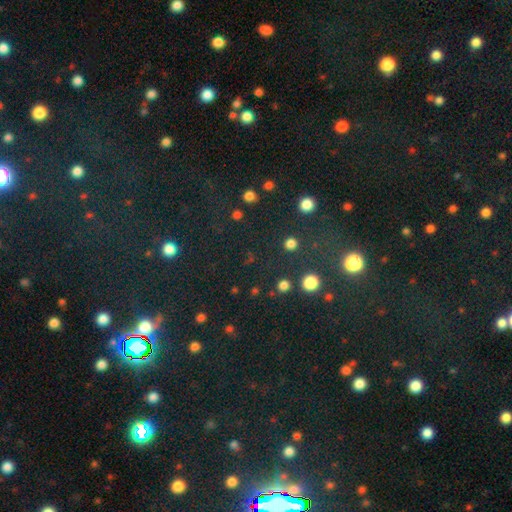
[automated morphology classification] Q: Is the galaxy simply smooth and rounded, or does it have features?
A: star or artifact — 74%.